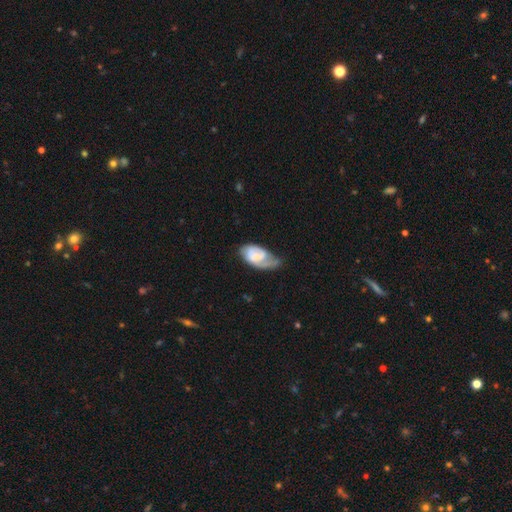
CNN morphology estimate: Smooth or featured: featured or disk — 56% (smooth — 38%)
Edge-on disk: no — 96% (yes — 4%)
Bar: no — 53% (weak — 37%)
Spiral arms: yes — 82% (no — 18%)
Bulge size: small — 46% (moderate — 28%)
Merging: minor disturbance — 38% (none — 33%)